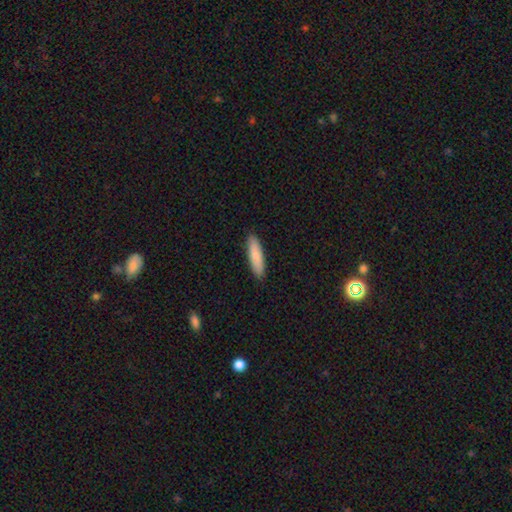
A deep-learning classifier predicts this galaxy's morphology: Smooth or featured? smooth (84%)
How rounded? cigar-shaped (69%)
Merging? none (90%)